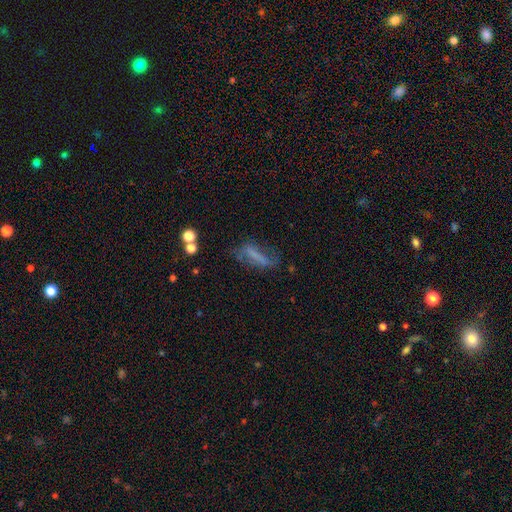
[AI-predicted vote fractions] Overall: smooth (44%; featured or disk 42%). Merging: none (48%; minor disturbance 25%).